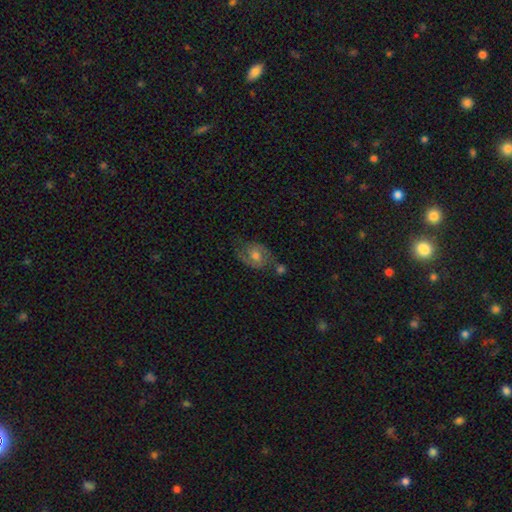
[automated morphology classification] smooth-or-featured: featured or disk: 68% | smooth: 24% | star or artifact: 9%
  disk-edge-on: no: 97% | yes: 3%
    bar: no: 61% | weak: 32% | strong: 6%
    has-spiral-arms: yes: 88% | no: 12%
      spiral-winding: medium: 51% | loose: 25% | tight: 24%
      spiral-arm-count: 2: 88% | can't tell: 6% | 1: 3% | 3: 1% | 4: 1% | more than 4: 1%
    bulge-size: moderate: 70% | small: 18% | large: 9% | none: 2% | dominant: 1%
  merging: none: 63% | minor disturbance: 19% | merger: 9% | major disturbance: 8%